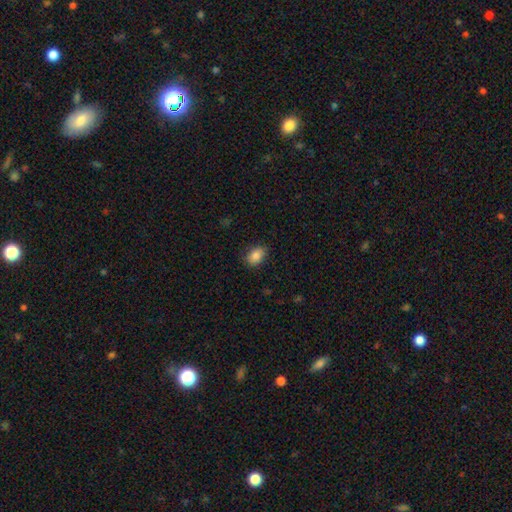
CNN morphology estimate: A smooth galaxy with no disk features (86%) that is in between round and cigar-shaped (79%).

Vote fractions:
- Smooth or featured? smooth: 86% / star or artifact: 8% / featured or disk: 6%
- How rounded? in between: 79% / round: 19% / cigar-shaped: 1%
- Merging? none: 83% / minor disturbance: 14% / major disturbance: 3% / merger: 1%